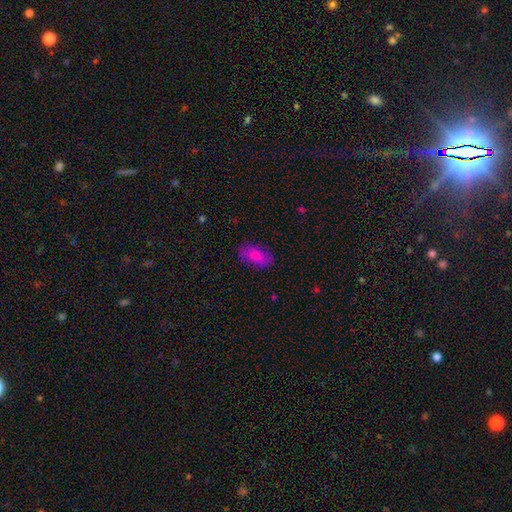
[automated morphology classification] smooth_or_featured: smooth (p=0.82) [alt: featured or disk p=0.11]
how_rounded: in between (p=0.93) [alt: round p=0.05]
merging: none (p=0.84) [alt: minor disturbance p=0.12]